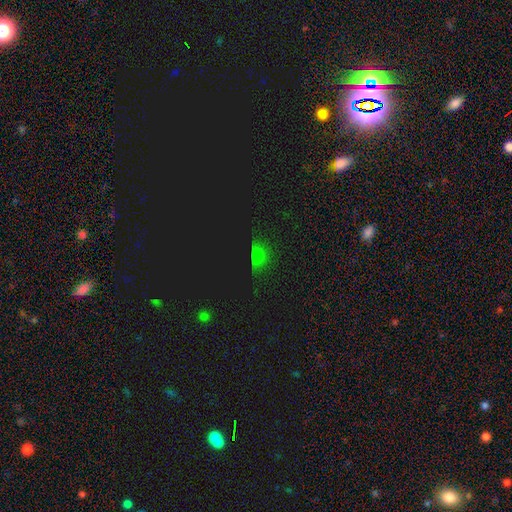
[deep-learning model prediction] Morphology: type=star or artifact (46%).